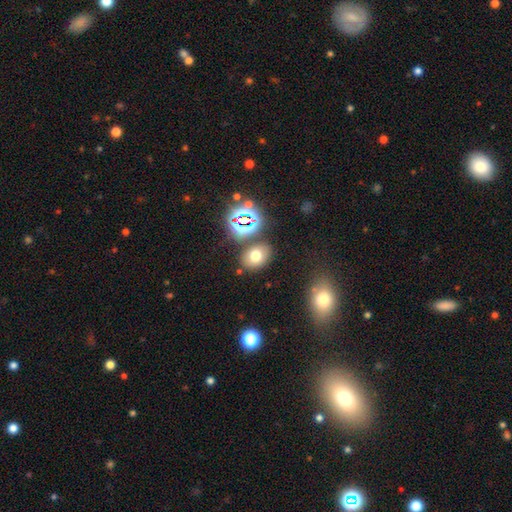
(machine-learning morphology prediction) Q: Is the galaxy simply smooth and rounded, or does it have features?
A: smooth — 66%.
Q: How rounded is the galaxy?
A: in between — 64%.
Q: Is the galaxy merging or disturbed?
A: none — 77%.